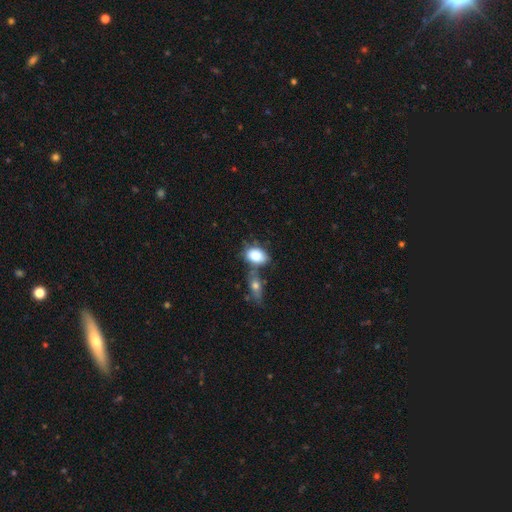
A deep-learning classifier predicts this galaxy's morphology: smooth-or-featured: smooth: 83% | featured or disk: 9% | star or artifact: 7%
  how-rounded: in between: 84% | round: 14% | cigar-shaped: 2%
  merging: none: 44% | merger: 29% | minor disturbance: 20% | major disturbance: 7%